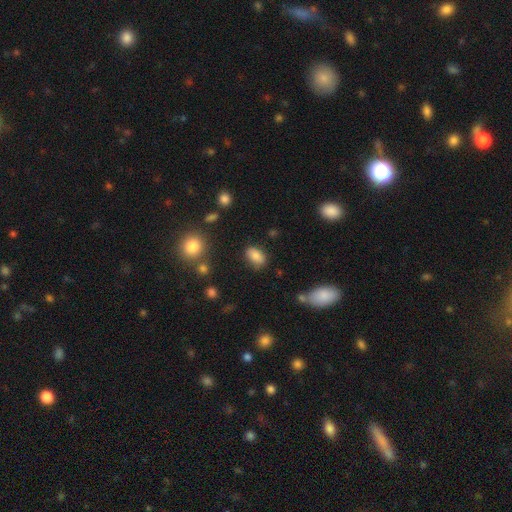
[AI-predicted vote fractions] Smooth or featured? Predicted: smooth (p=0.82). How rounded? Predicted: in between (p=0.89). Merging? Predicted: none (p=0.80).